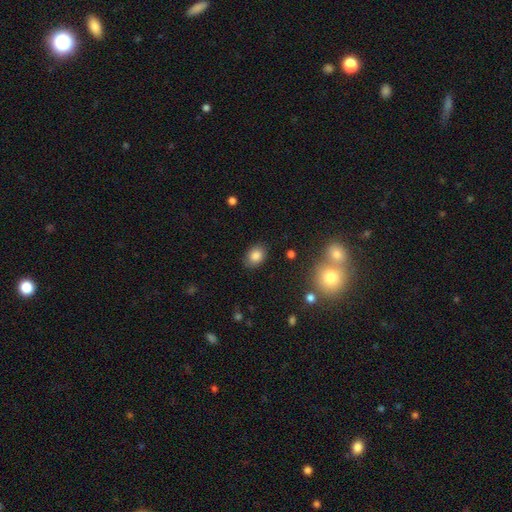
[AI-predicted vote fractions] Morphology: type=smooth (83%); roundness=in between (69%); merging=none (85%).